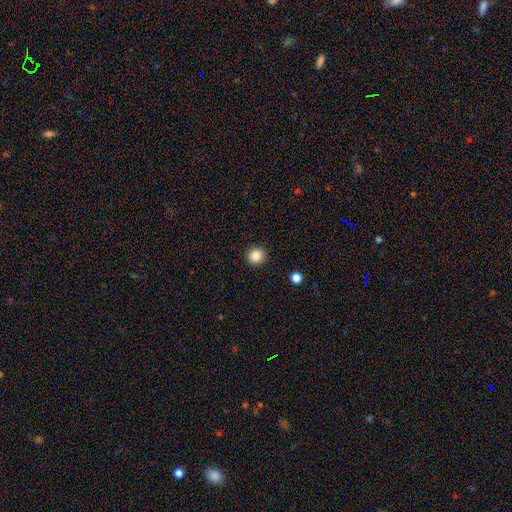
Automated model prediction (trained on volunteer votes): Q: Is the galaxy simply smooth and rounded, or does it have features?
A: smooth — 86%.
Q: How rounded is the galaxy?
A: round — 93%.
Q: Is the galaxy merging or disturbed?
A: none — 92%.